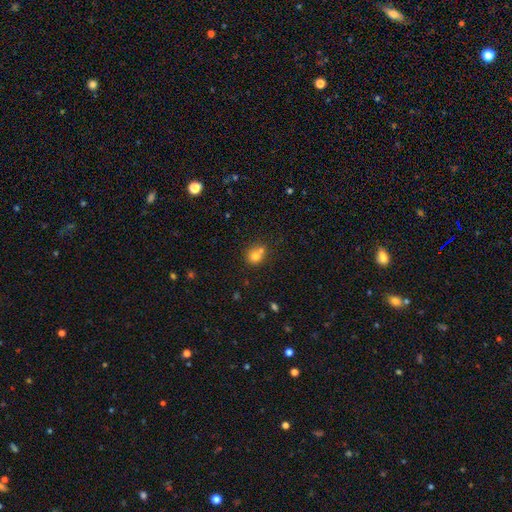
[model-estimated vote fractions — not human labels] A smooth galaxy with no disk features (73%) that is round (78%).

Vote fractions:
- Smooth or featured? smooth: 73% / featured or disk: 14% / star or artifact: 13%
- How rounded? round: 78% / in between: 21% / cigar-shaped: 1%
- Merging? merger: 46% / none: 42% / minor disturbance: 9% / major disturbance: 3%